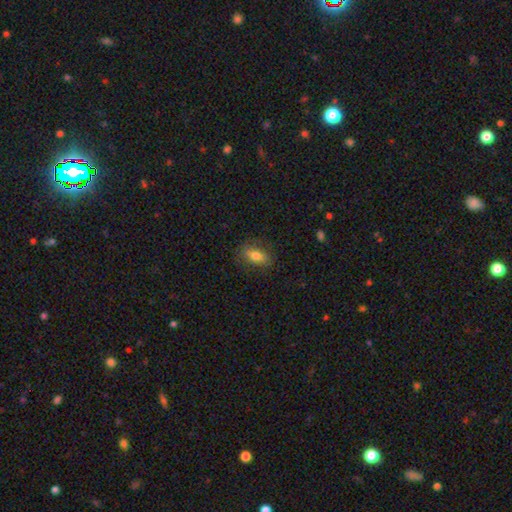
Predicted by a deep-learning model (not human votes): smooth 74%, featured or disk 18%, star or artifact 8%. Down the decision tree: how rounded — in between (82%); merging — none (80%).